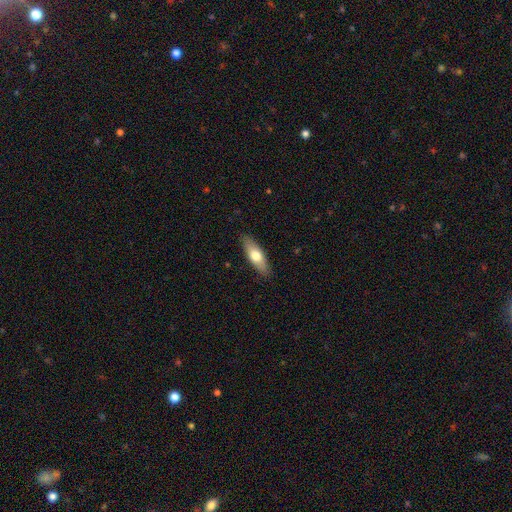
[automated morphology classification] Q: Smooth or featured?
A: smooth (66%); runner-up: featured or disk (29%)
Q: How rounded?
A: in between (59%); runner-up: cigar-shaped (39%)
Q: Merging?
A: none (88%); runner-up: minor disturbance (9%)